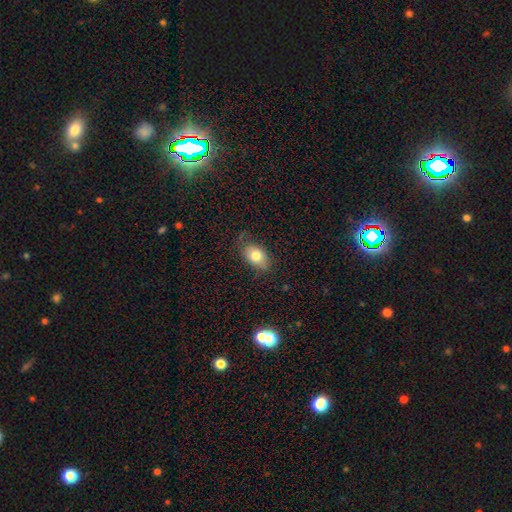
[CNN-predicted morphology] smooth 78%, featured or disk 13%, star or artifact 9%. Down the decision tree: how rounded — in between (83%); merging — none (73%).